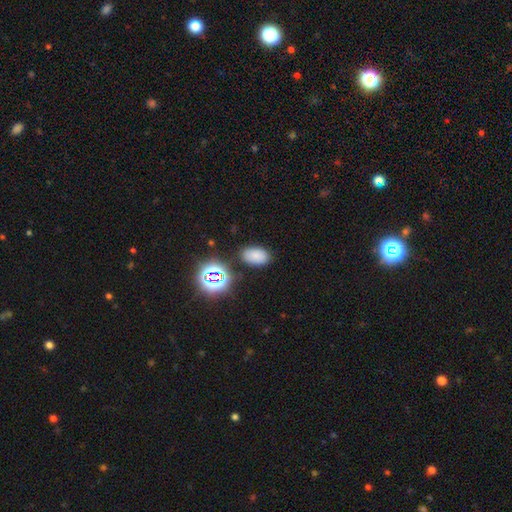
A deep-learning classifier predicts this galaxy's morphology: smooth-or-featured: smooth: 72% | star or artifact: 20% | featured or disk: 8%
  how-rounded: in between: 88% | round: 10% | cigar-shaped: 1%
  merging: none: 83% | minor disturbance: 11% | major disturbance: 3% | merger: 3%